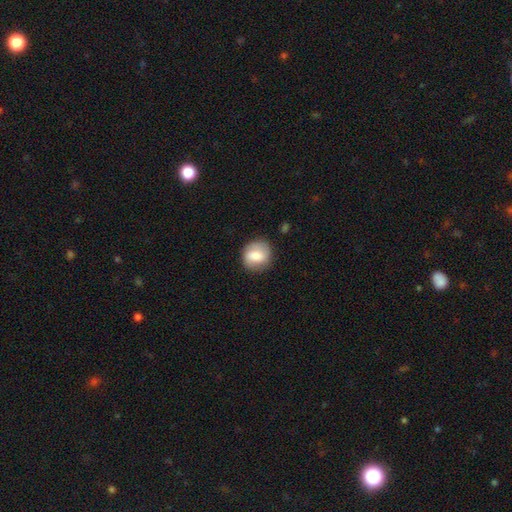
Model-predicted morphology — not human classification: Q: Smooth or featured?
A: smooth (69%); runner-up: featured or disk (24%)
Q: How rounded?
A: round (80%); runner-up: in between (19%)
Q: Merging?
A: none (79%); runner-up: minor disturbance (15%)